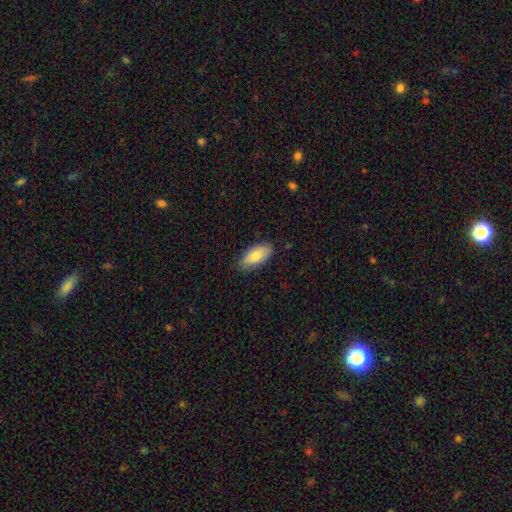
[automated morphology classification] smooth 80%, featured or disk 14%, star or artifact 6%. Down the decision tree: how rounded — in between (89%); merging — none (83%).